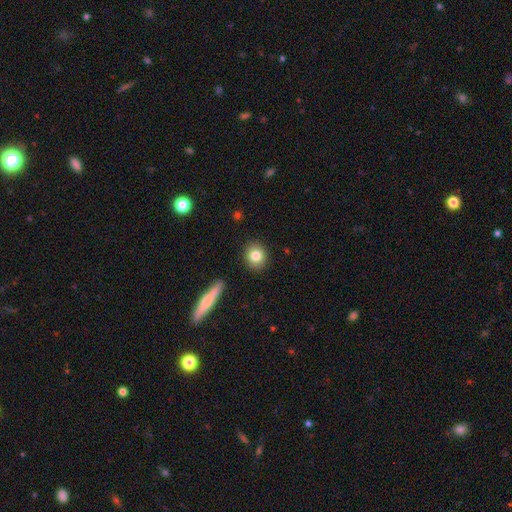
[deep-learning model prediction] The model was most divided on "how rounded": round: 77%, in between: 21%, cigar-shaped: 2%. More confident: merging — none (89%); smooth or featured — smooth (82%).